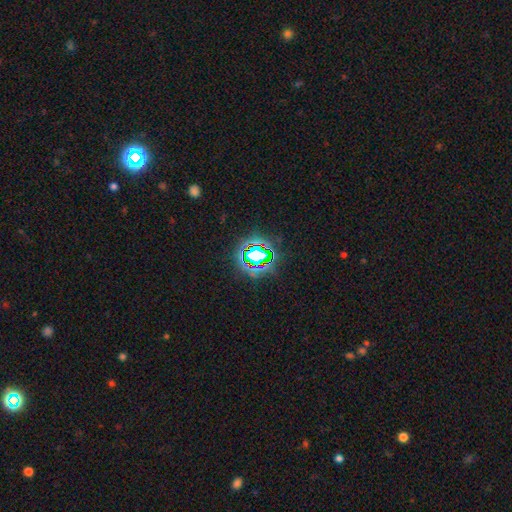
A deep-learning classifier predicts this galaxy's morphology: Smooth or featured? Predicted: star or artifact (p=0.68).